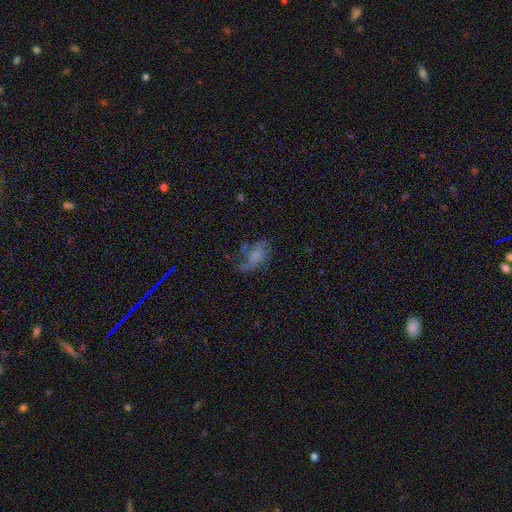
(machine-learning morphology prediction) This is possibly a featured or disk galaxy (49%). Merging: marginally major disturbance (38%).